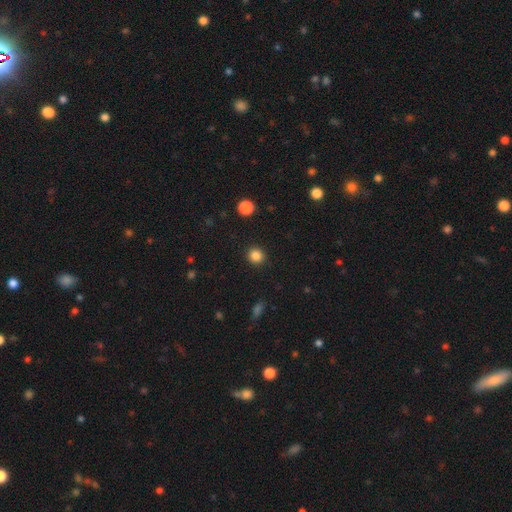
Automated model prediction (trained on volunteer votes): Smooth or featured: smooth — 86% (star or artifact — 11%)
How rounded: round — 88% (in between — 11%)
Merging: none — 91% (minor disturbance — 5%)